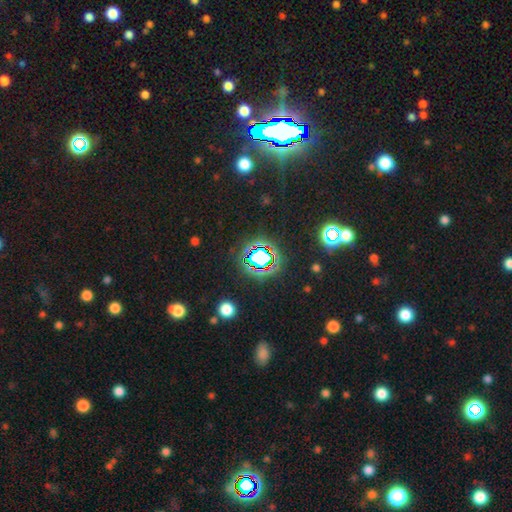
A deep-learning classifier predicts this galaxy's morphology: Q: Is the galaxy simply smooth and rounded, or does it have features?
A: star or artifact — 74%.